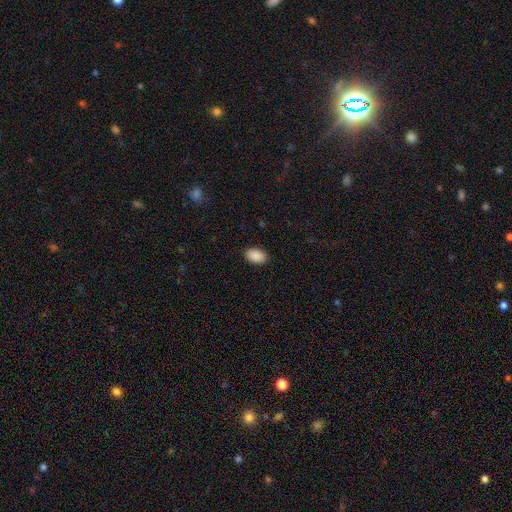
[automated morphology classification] Smooth or featured? Predicted: smooth (p=0.90). How rounded? Predicted: in between (p=0.90). Merging? Predicted: none (p=0.89).